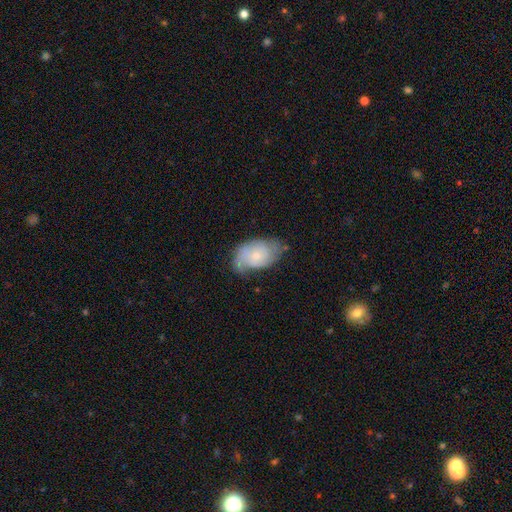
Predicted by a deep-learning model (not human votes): Smooth or featured? Predicted: featured or disk (p=0.65). Edge-on disk? Predicted: no (p=0.96). Bar? Predicted: no (p=0.77). Spiral arms? Predicted: yes (p=0.86). Spiral winding? Predicted: tight (p=0.41). Spiral arm count? Predicted: 2 (p=0.43). Bulge size? Predicted: small (p=0.69). Merging? Predicted: none (p=0.54).